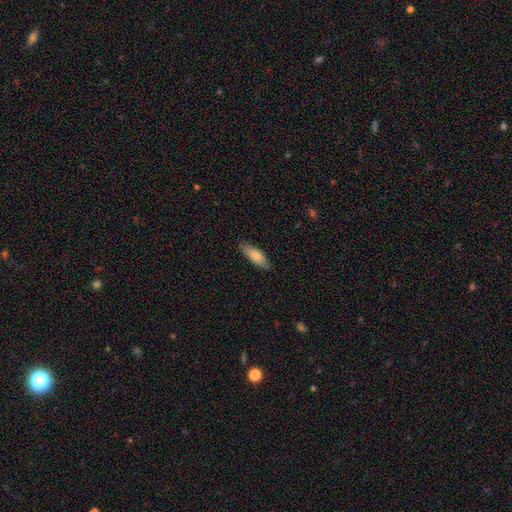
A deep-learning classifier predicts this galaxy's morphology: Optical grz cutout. It shows a smooth galaxy with no disk features (81%) that is in between round and cigar-shaped (58%). Merging: none (83%).